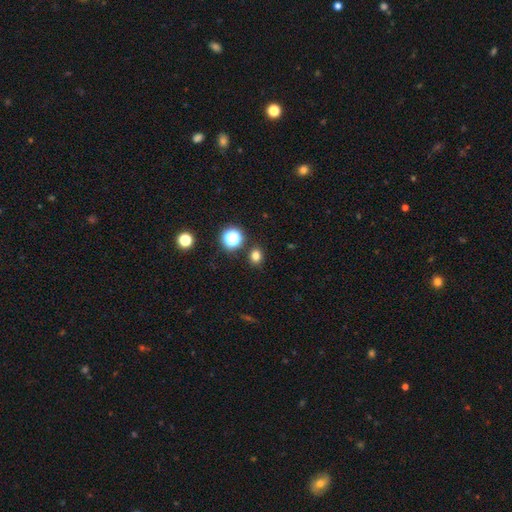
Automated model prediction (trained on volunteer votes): Overall: smooth (76%). How rounded: round (68%; in between 31%). Merging: none (86%).